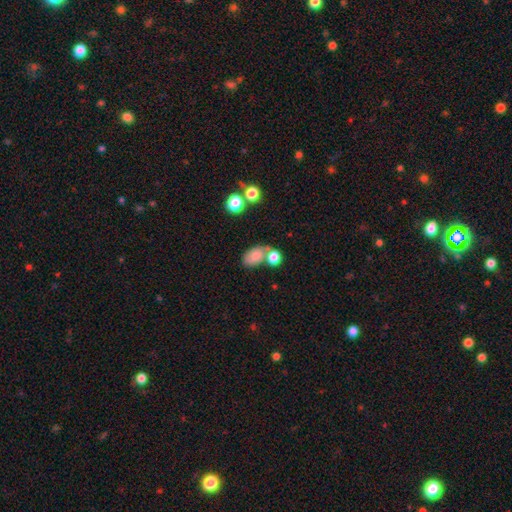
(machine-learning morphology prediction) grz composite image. It shows a smooth galaxy with no disk features (79%) that is in between round and cigar-shaped (85%). Merging: none (46%).